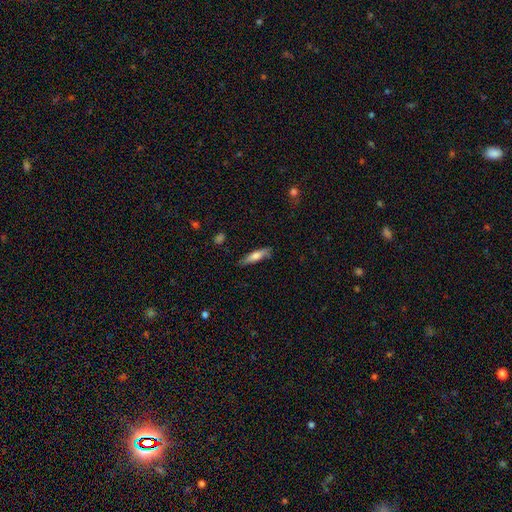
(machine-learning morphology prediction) This is likely a smooth galaxy (65%). How rounded: likely cigar-shaped (72%). Merging: likely none (79%).